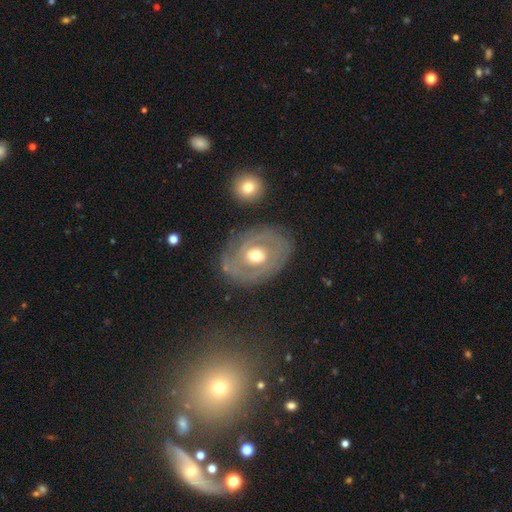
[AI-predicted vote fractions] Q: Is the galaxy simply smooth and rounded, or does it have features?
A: featured or disk — 74%.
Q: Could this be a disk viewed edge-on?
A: no — 95%.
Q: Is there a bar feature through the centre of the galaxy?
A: no — 69%.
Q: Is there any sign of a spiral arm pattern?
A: yes — 63%.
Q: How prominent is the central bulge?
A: moderate — 72%.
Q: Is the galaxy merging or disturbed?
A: none — 76%.